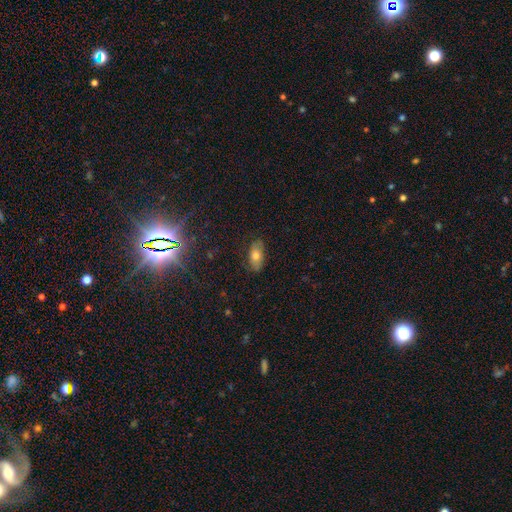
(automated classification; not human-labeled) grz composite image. It shows a smooth galaxy with no disk features (66%) that is in between round and cigar-shaped (88%). Merging: none (80%).